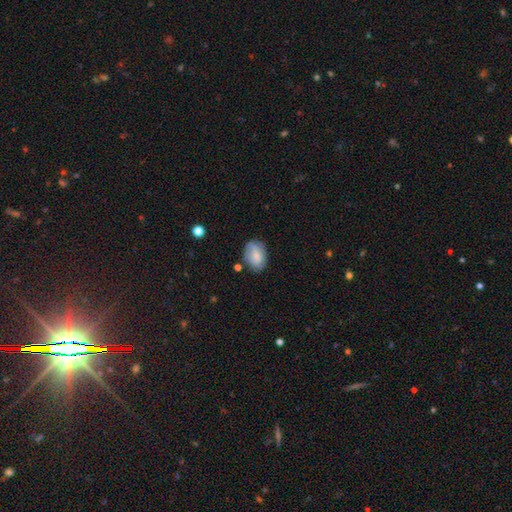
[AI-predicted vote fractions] Morphology: type=smooth (65%); roundness=in between (81%); merging=none (63%).